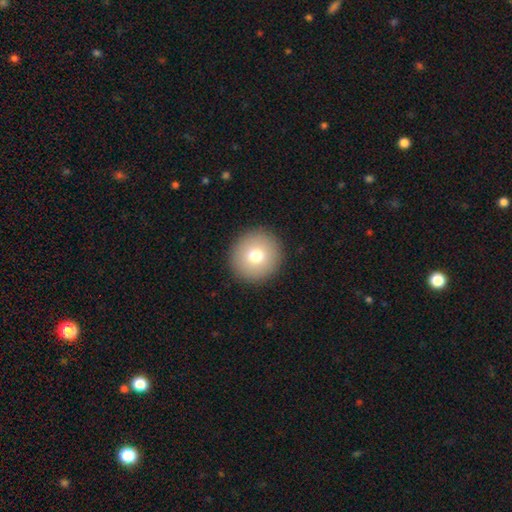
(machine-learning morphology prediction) smooth_or_featured: smooth (p=0.76) [alt: featured or disk p=0.14]
how_rounded: round (p=0.95) [alt: in between p=0.04]
merging: none (p=0.92) [alt: minor disturbance p=0.05]